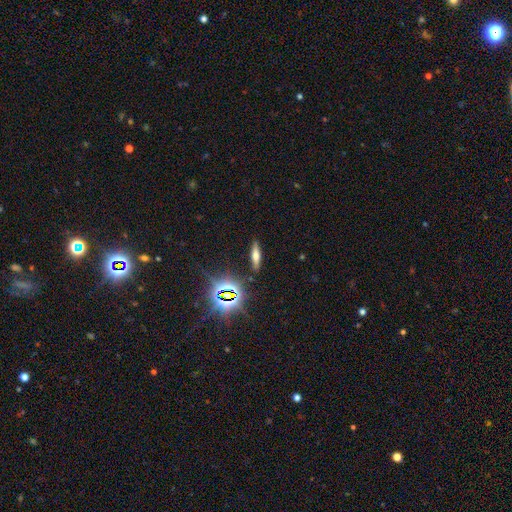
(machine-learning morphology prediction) Smooth or featured? Predicted: smooth (p=0.46). Merging? Predicted: none (p=0.87).